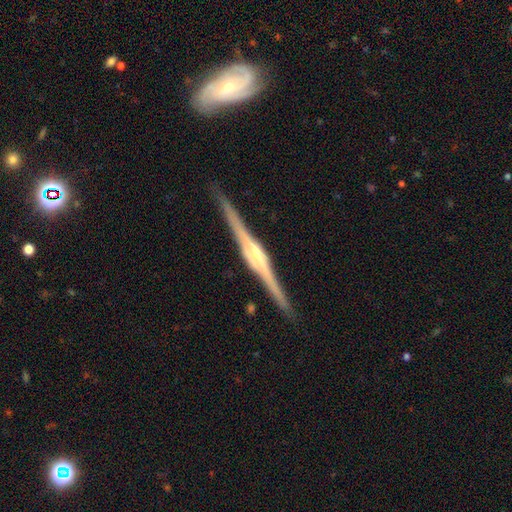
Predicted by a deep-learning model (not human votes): smooth_or_featured: featured or disk (p=0.87) [alt: smooth p=0.08]
disk_edge_on: yes (p=0.98) [alt: no p=0.02]
edge_on_bulge: rounded (p=0.62) [alt: boxy p=0.32]
merging: none (p=0.90) [alt: minor disturbance p=0.08]